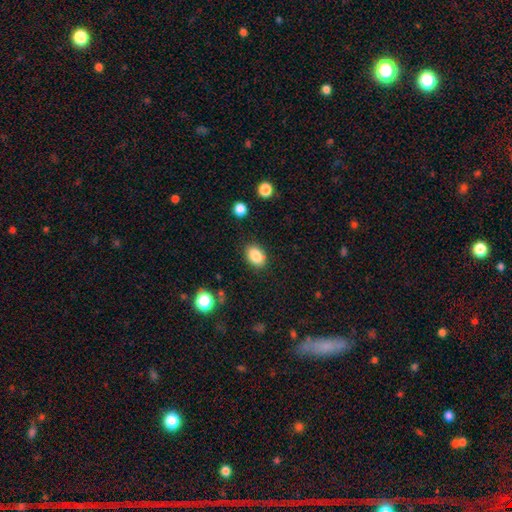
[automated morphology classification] This appears to be a smooth galaxy with no disk features (85%) that is in between round and cigar-shaped (77%). Merging: none (86%).